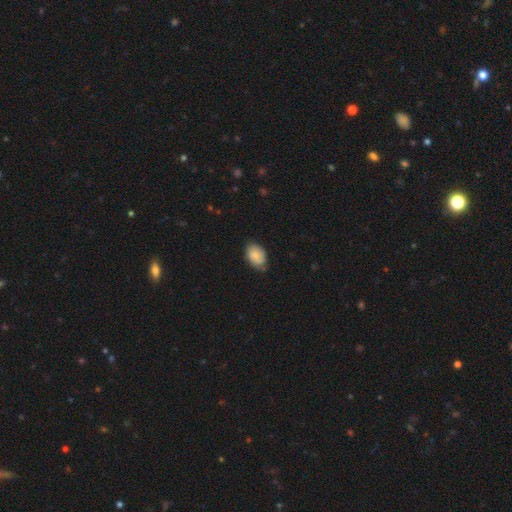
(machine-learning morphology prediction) smooth-or-featured: smooth: 77% | featured or disk: 16% | star or artifact: 7%
  how-rounded: in between: 85% | round: 14% | cigar-shaped: 1%
  merging: none: 66% | minor disturbance: 28% | major disturbance: 5% | merger: 1%